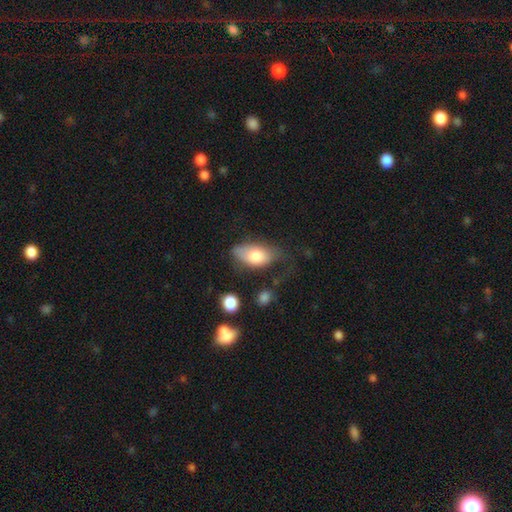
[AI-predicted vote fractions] smooth_or_featured: smooth (p=0.74) [alt: featured or disk p=0.19]
how_rounded: in between (p=0.92) [alt: round p=0.05]
merging: none (p=0.41) [alt: minor disturbance p=0.32]